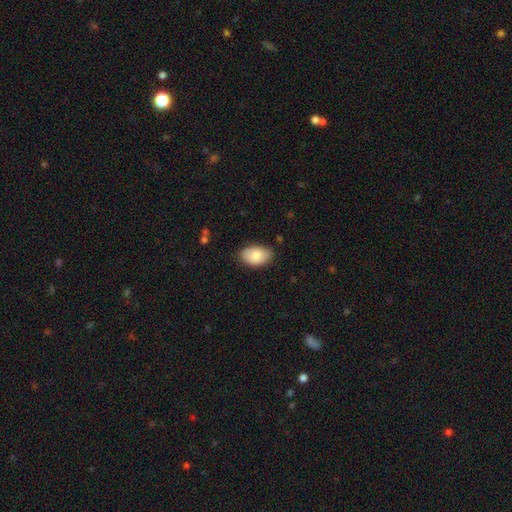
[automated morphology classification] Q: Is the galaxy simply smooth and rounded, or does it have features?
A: smooth — 83%.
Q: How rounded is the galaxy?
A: in between — 92%.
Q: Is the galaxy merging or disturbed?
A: none — 78%.